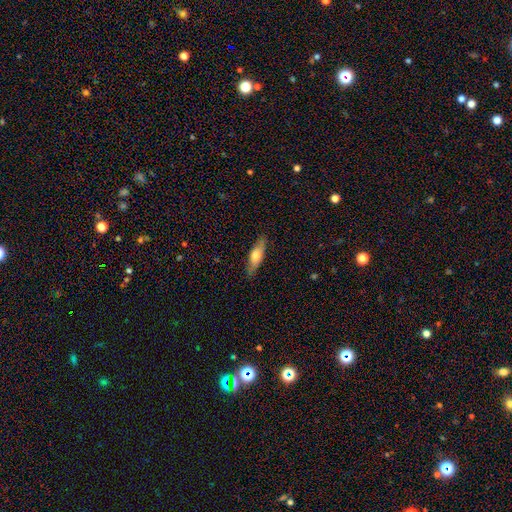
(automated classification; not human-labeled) Smooth or featured? Predicted: smooth (p=0.60). How rounded? Predicted: cigar-shaped (p=0.58). Merging? Predicted: none (p=0.87).